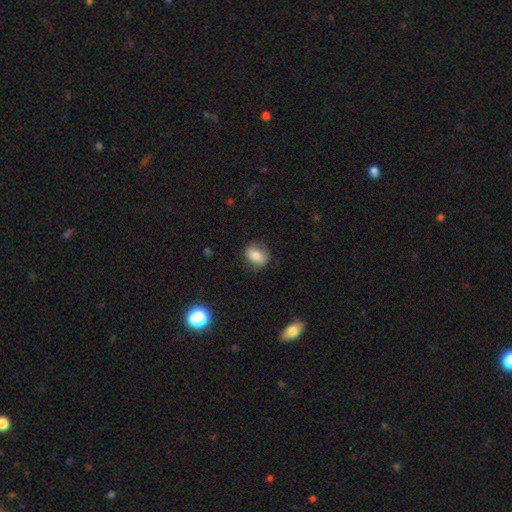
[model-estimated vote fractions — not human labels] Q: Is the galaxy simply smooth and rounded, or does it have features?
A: smooth — 76%.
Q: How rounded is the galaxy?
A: in between — 61%.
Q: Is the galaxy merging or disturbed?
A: none — 78%.